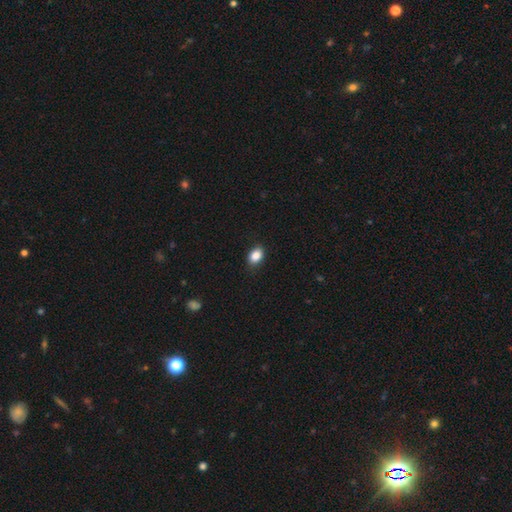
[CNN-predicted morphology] smooth_or_featured: smooth (p=0.87) [alt: star or artifact p=0.09]
how_rounded: in between (p=0.79) [alt: round p=0.20]
merging: none (p=0.87) [alt: minor disturbance p=0.10]